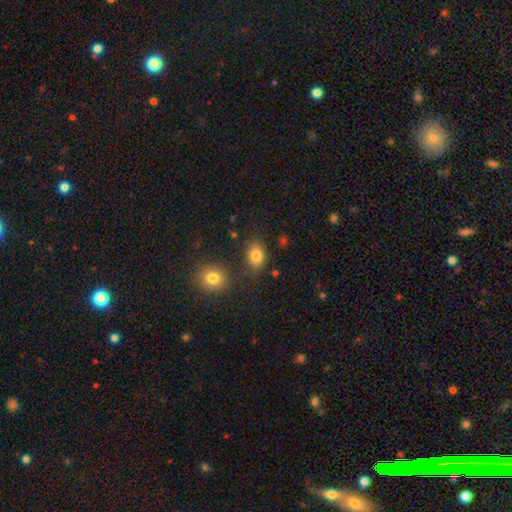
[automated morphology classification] A smooth galaxy with no disk features (82%) that is in between round and cigar-shaped (73%). Merging: none (76%).